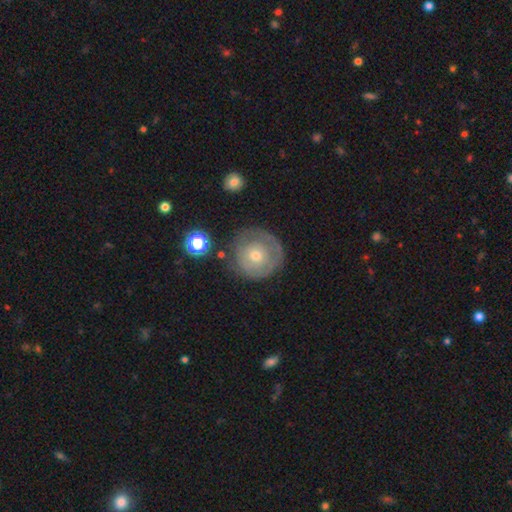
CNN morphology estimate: This appears to be a featured or disk galaxy (48%). Merging: none (72%).